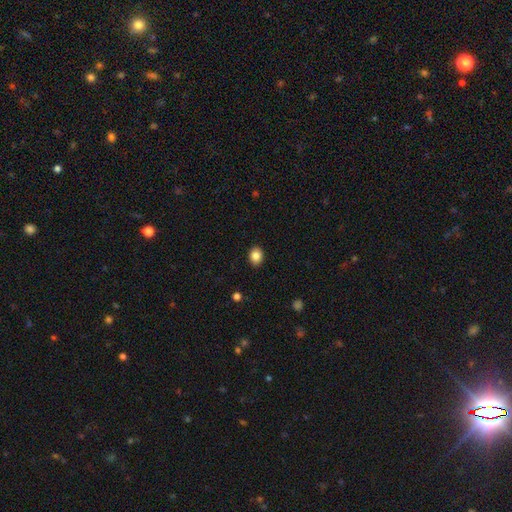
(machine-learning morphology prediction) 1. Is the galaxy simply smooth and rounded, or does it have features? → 85% smooth, 10% star or artifact, 5% featured or disk.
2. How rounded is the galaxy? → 59% round, 40% in between, 1% cigar-shaped.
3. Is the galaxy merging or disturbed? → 91% none, 7% minor disturbance, 2% major disturbance, 1% merger.